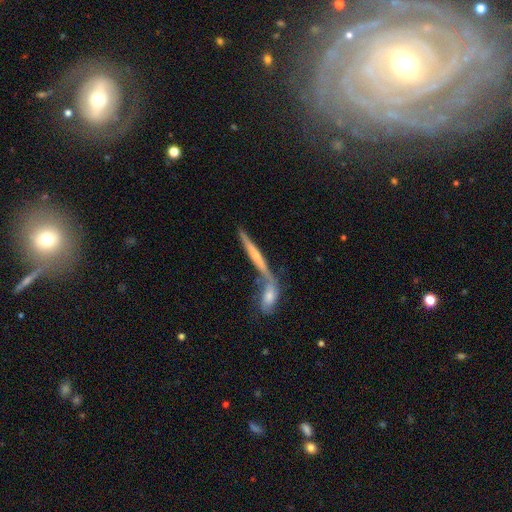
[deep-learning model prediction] Smooth or featured? featured or disk (58%)
Edge-on disk? yes (88%)
Edge-on bulge? none (47%)
Merging? none (48%)